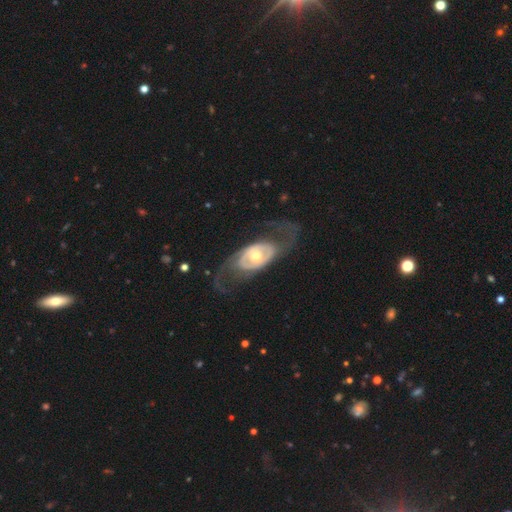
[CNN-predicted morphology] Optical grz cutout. It shows a featured or disk galaxy (80%) with no bar (71%), spiral arms (64%) and a moderate central bulge (68%). Merging: none (63%).